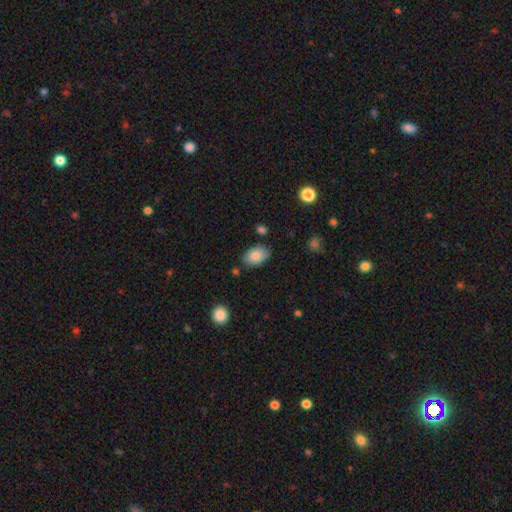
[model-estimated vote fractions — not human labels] smooth_or_featured: smooth (p=0.85) [alt: featured or disk p=0.08]
how_rounded: in between (p=0.90) [alt: round p=0.09]
merging: none (p=0.78) [alt: minor disturbance p=0.15]